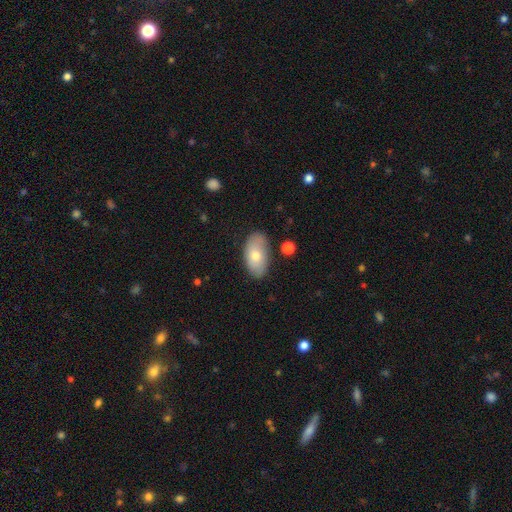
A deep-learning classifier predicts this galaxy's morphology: A smooth galaxy with no disk features (71%) that is in between round and cigar-shaped (93%). Merging: none (79%).